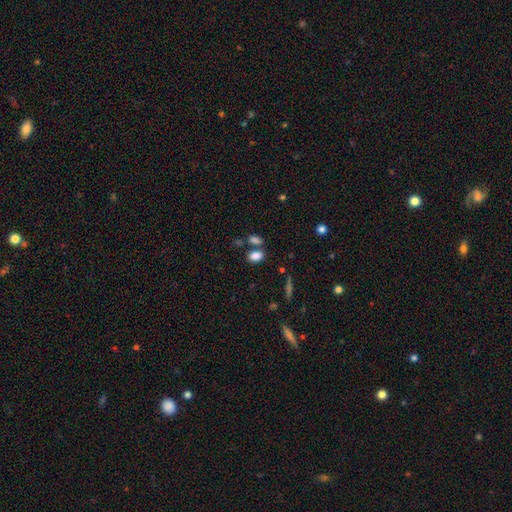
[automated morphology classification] type=smooth (83%); roundness=in between (89%); merging=none (63%).